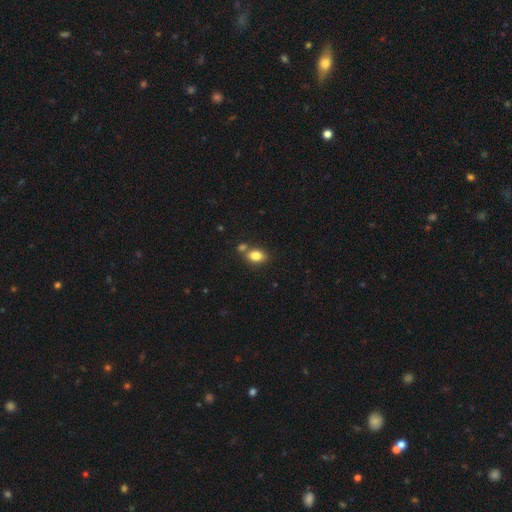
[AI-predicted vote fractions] smooth_or_featured: smooth (p=0.82) [alt: star or artifact p=0.10]
how_rounded: in between (p=0.78) [alt: round p=0.21]
merging: none (p=0.60) [alt: merger p=0.24]